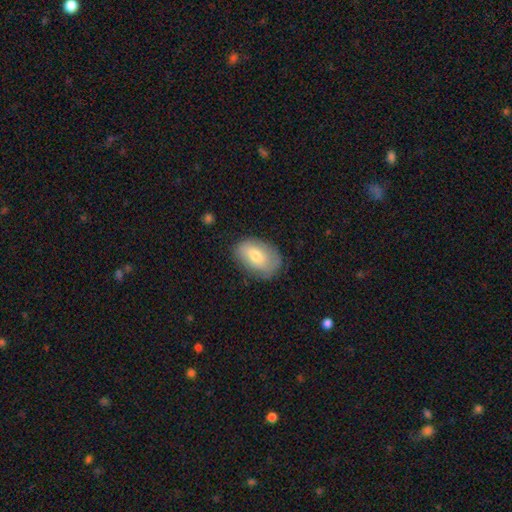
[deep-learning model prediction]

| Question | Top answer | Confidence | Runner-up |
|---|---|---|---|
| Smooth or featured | smooth | 71% | featured or disk (22%) |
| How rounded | in between | 88% | round (11%) |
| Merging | none | 74% | minor disturbance (20%) |